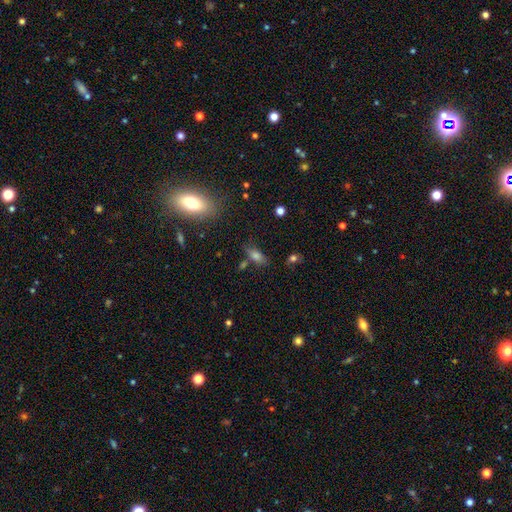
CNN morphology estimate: Smooth or featured: smooth — 73% (star or artifact — 14%)
How rounded: in between — 76% (cigar-shaped — 18%)
Merging: none — 65% (minor disturbance — 19%)